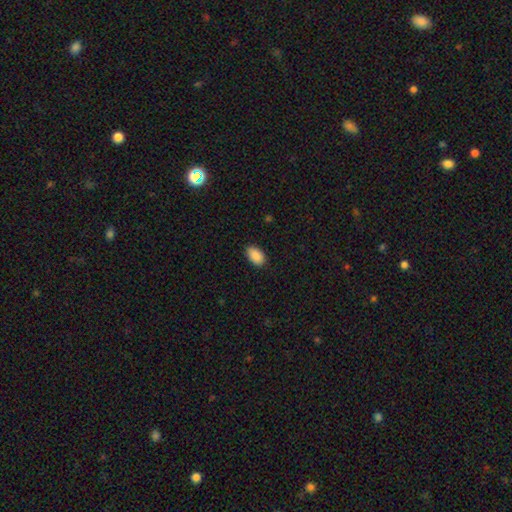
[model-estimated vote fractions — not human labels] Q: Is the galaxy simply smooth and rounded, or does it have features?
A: smooth — 90%.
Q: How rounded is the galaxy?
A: in between — 92%.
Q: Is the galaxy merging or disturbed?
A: none — 87%.